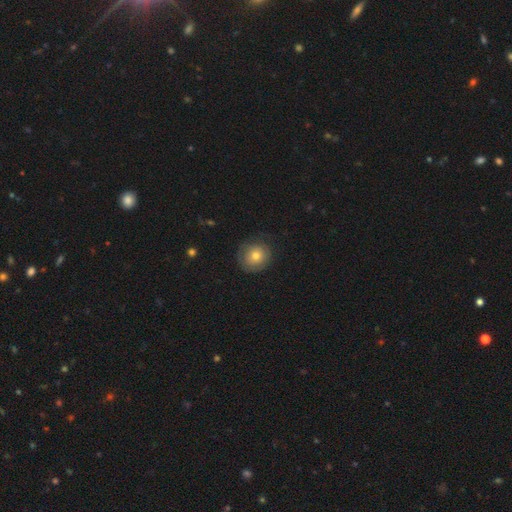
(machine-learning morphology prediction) Smooth or featured: smooth — 70% (featured or disk — 22%)
How rounded: round — 86% (in between — 13%)
Merging: none — 78% (minor disturbance — 16%)